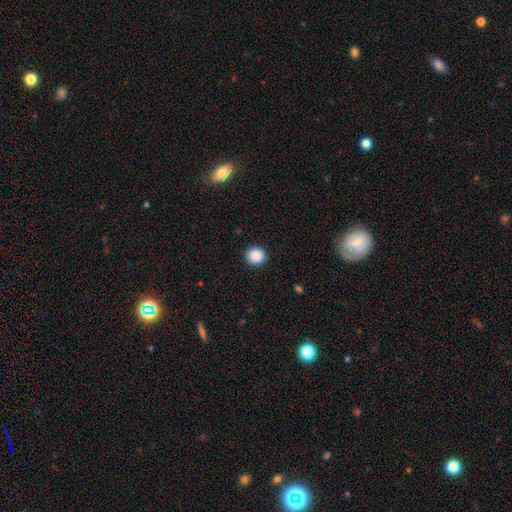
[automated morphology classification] Smooth or featured?
  - smooth: 89% *
  - star or artifact: 9%
  - featured or disk: 2%
How rounded?
  - round: 93% *
  - in between: 6%
  - cigar-shaped: 1%
Merging?
  - none: 92% *
  - minor disturbance: 5%
  - major disturbance: 2%
  - merger: 1%